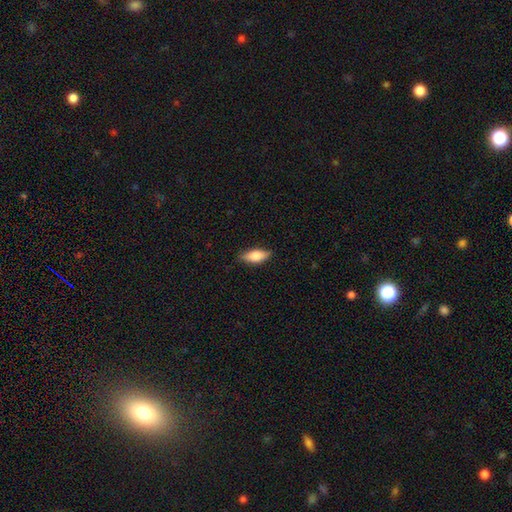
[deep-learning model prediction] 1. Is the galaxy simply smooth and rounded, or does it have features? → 71% smooth, 22% featured or disk, 6% star or artifact.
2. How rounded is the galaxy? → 75% in between, 22% cigar-shaped, 3% round.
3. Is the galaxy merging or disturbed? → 84% none, 13% minor disturbance, 2% major disturbance, 1% merger.